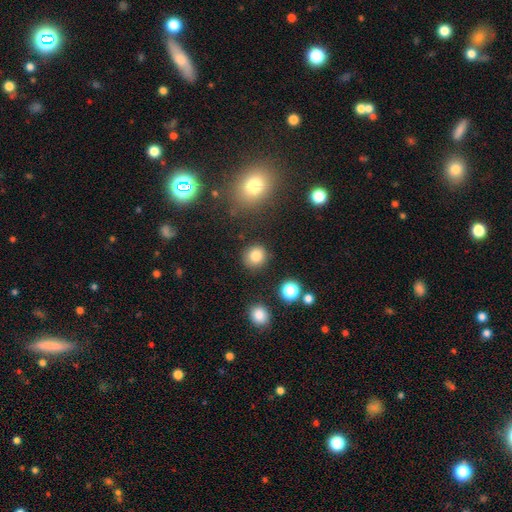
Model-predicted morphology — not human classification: A smooth galaxy with no disk features (83%) that is round (87%). Merging: none (85%).